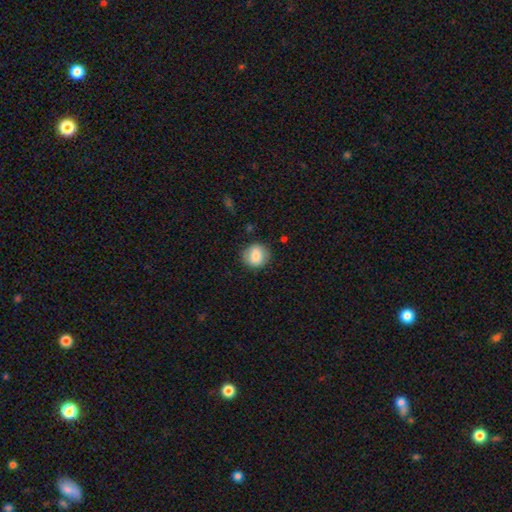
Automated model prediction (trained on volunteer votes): Smooth or featured? smooth (83%)
How rounded? round (86%)
Merging? none (84%)